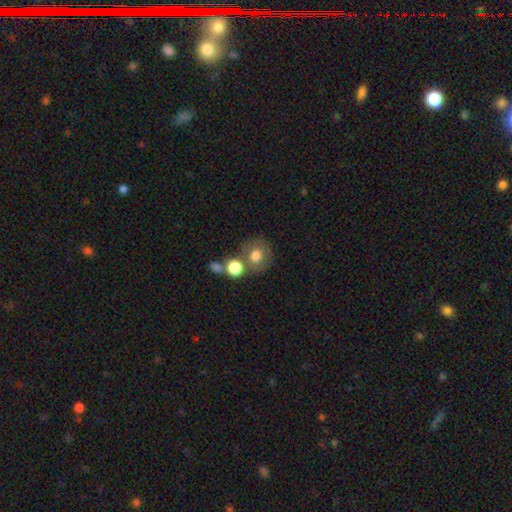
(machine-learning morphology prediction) type=smooth (72%); roundness=round (79%); merging=none (54%).